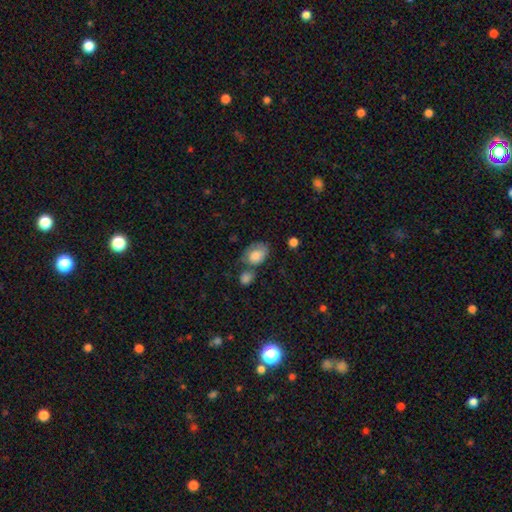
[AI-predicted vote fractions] Smooth or featured?
  - smooth: 77% *
  - featured or disk: 15%
  - star or artifact: 8%
How rounded?
  - in between: 77% *
  - round: 22%
  - cigar-shaped: 1%
Merging?
  - none: 38% *
  - merger: 26%
  - minor disturbance: 23%
  - major disturbance: 13%